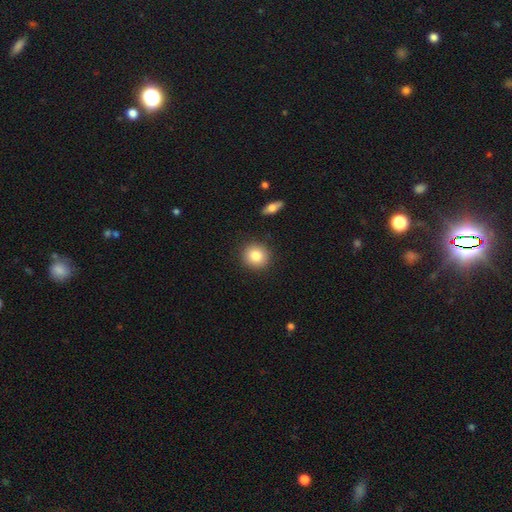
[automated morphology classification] smooth-or-featured: smooth: 83% | star or artifact: 9% | featured or disk: 8%
  how-rounded: round: 88% | in between: 11% | cigar-shaped: 1%
  merging: none: 90% | minor disturbance: 7% | major disturbance: 2% | merger: 2%